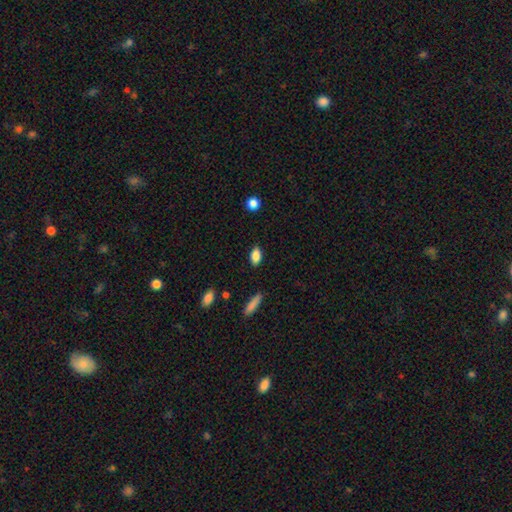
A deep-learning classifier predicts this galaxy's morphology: Q: Smooth or featured?
A: smooth (86%); runner-up: star or artifact (8%)
Q: How rounded?
A: in between (88%); runner-up: round (6%)
Q: Merging?
A: none (87%); runner-up: minor disturbance (10%)